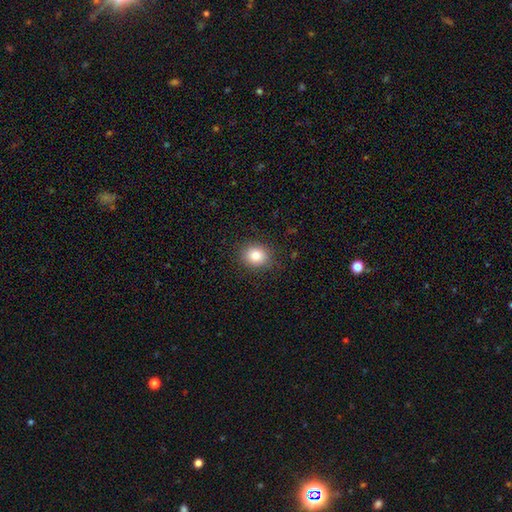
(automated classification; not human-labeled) The model was most divided on "how rounded": round: 69%, in between: 30%, cigar-shaped: 1%. More confident: merging — none (87%); smooth or featured — smooth (82%).